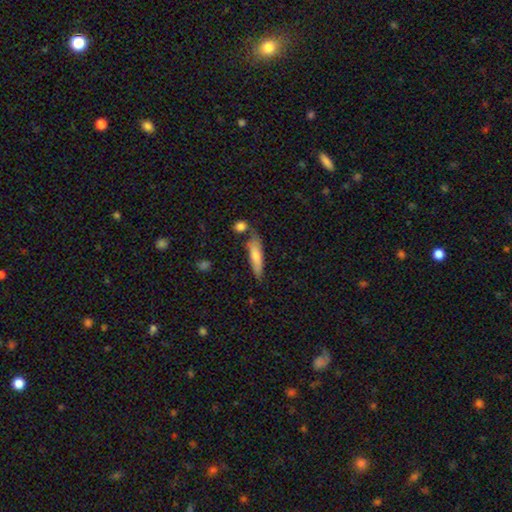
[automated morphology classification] This is likely a smooth galaxy (67%). How rounded: likely cigar-shaped (77%). Merging: likely none (71%).